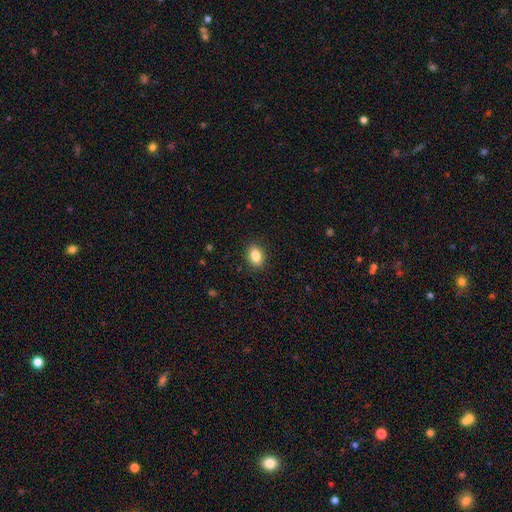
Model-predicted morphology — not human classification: Smooth or featured?
  - smooth: 85% *
  - star or artifact: 8%
  - featured or disk: 7%
How rounded?
  - in between: 82% *
  - round: 16%
  - cigar-shaped: 2%
Merging?
  - none: 89% *
  - minor disturbance: 8%
  - major disturbance: 2%
  - merger: 1%